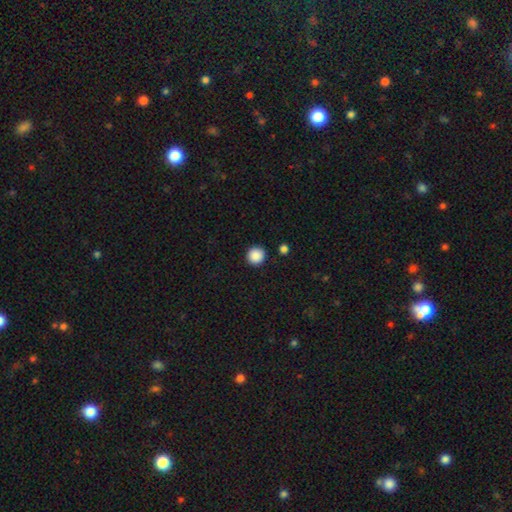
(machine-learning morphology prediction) Smooth or featured? smooth (89%)
How rounded? round (95%)
Merging? none (91%)